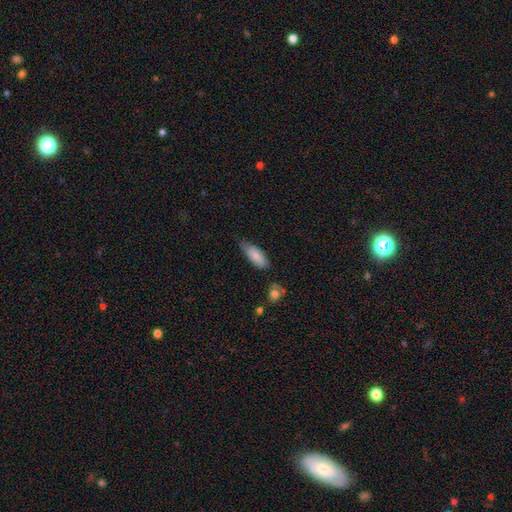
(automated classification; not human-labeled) smooth-or-featured: smooth: 83% | featured or disk: 11% | star or artifact: 6%
  how-rounded: in between: 74% | cigar-shaped: 24% | round: 2%
  merging: none: 63% | minor disturbance: 29% | major disturbance: 5% | merger: 3%